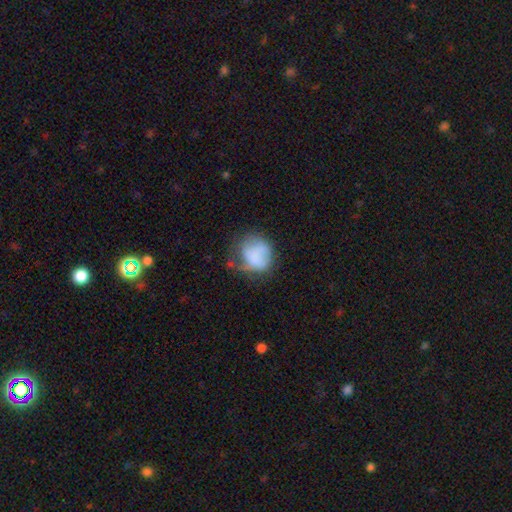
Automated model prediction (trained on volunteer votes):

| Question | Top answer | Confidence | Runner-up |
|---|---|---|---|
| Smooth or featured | smooth | 62% | featured or disk (29%) |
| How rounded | round | 69% | in between (30%) |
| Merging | none | 35% | major disturbance (31%) |